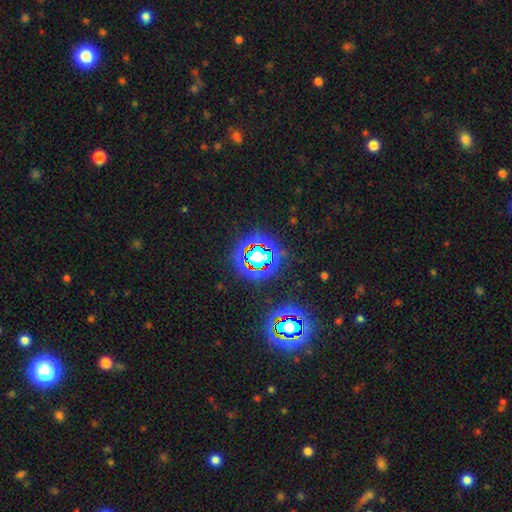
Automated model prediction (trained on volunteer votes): This appears to be a star or artifact, not a galaxy (81%).